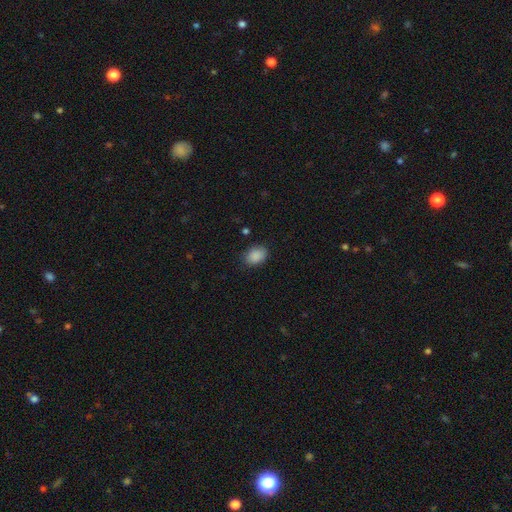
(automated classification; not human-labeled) Smooth or featured? Predicted: smooth (p=0.88). How rounded? Predicted: in between (p=0.73). Merging? Predicted: none (p=0.81).